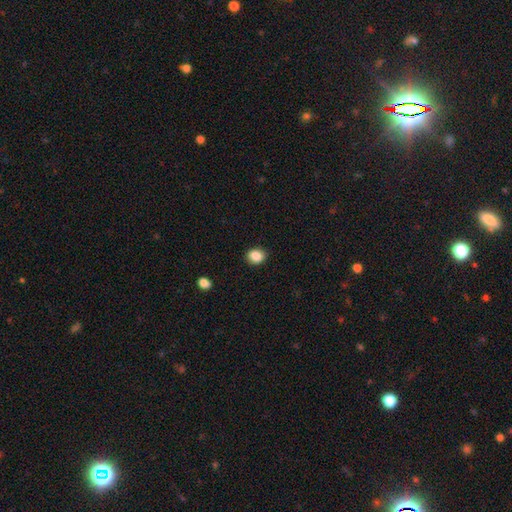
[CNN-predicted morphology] A smooth galaxy with no disk features (87%) that is round (65%).

Vote fractions:
- Smooth or featured? smooth: 87% / star or artifact: 9% / featured or disk: 4%
- How rounded? round: 65% / in between: 34% / cigar-shaped: 1%
- Merging? none: 90% / minor disturbance: 7% / major disturbance: 2% / merger: 1%